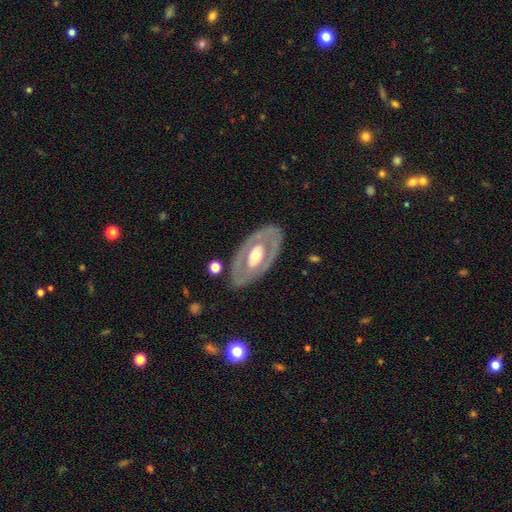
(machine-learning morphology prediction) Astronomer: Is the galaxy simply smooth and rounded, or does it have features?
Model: featured or disk — 67%.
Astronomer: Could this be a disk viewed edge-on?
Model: no — 89%.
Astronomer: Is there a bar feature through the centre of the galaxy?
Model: no — 71%.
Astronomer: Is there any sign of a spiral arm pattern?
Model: no — 84%.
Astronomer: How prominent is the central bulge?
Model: moderate — 66%.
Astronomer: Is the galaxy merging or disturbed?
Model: none — 81%.